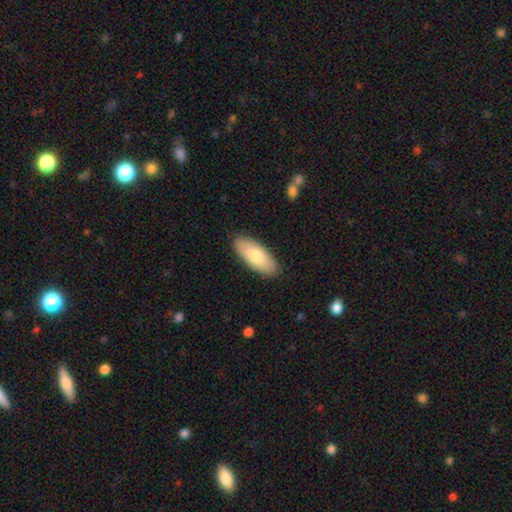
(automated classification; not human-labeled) Smooth or featured? smooth (79%)
How rounded? in between (84%)
Merging? none (88%)